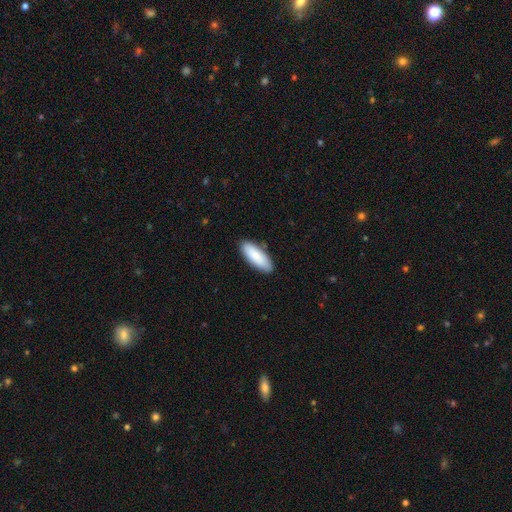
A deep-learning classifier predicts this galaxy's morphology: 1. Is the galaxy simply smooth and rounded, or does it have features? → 85% smooth, 9% featured or disk, 5% star or artifact.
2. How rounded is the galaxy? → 72% in between, 27% cigar-shaped, 2% round.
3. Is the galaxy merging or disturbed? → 86% none, 10% minor disturbance, 2% major disturbance, 1% merger.